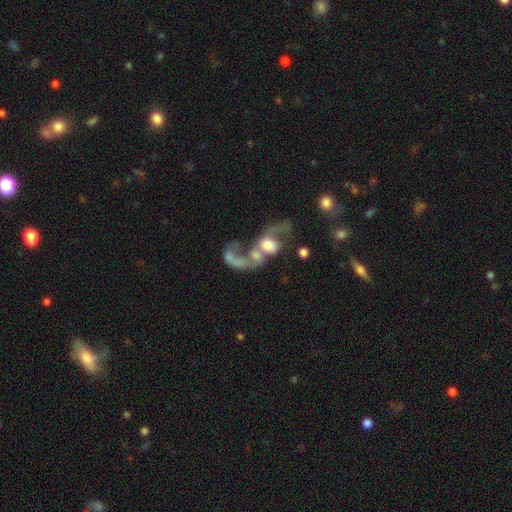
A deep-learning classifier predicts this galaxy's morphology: Smooth or featured: featured or disk — 71% (smooth — 16%)
Edge-on disk: no — 94% (yes — 6%)
Bar: no — 63% (weak — 27%)
Spiral arms: yes — 73% (no — 27%)
Bulge size: moderate — 44% (small — 21%)
Merging: merger — 54% (major disturbance — 20%)